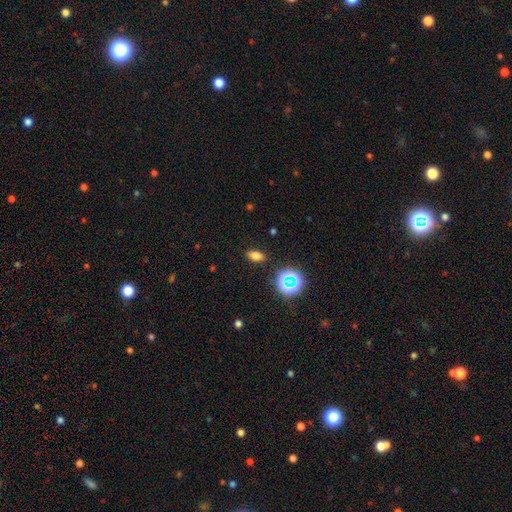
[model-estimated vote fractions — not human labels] smooth_or_featured: smooth (p=0.73) [alt: star or artifact p=0.19]
how_rounded: in between (p=0.83) [alt: round p=0.12]
merging: none (p=0.88) [alt: minor disturbance p=0.08]